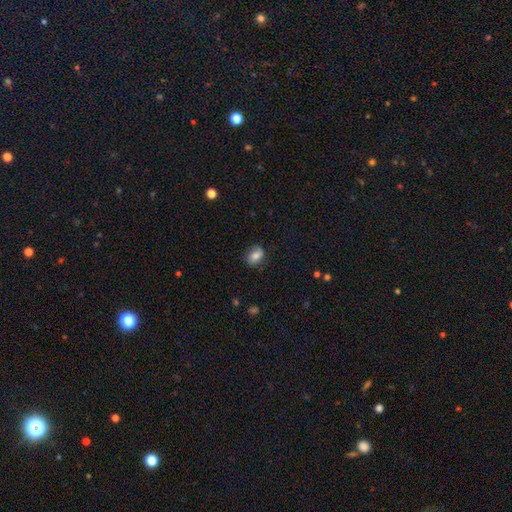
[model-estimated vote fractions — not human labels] A smooth galaxy with no disk features (75%) that is in between round and cigar-shaped (67%). Merging: none (78%).